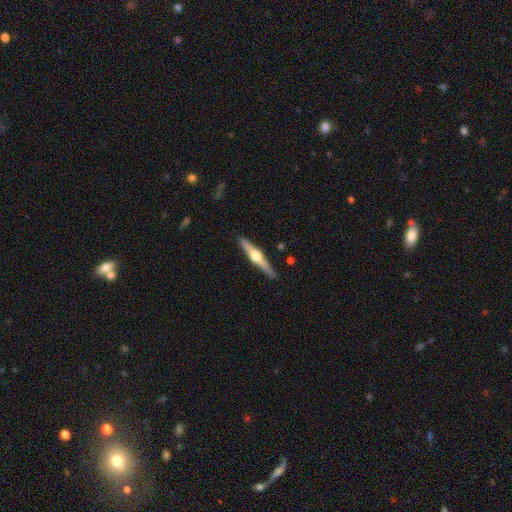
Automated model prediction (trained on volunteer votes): smooth_or_featured: featured or disk (p=0.70) [alt: smooth p=0.25]
disk_edge_on: yes (p=0.98) [alt: no p=0.02]
edge_on_bulge: rounded (p=0.95) [alt: boxy p=0.03]
merging: none (p=0.91) [alt: minor disturbance p=0.07]